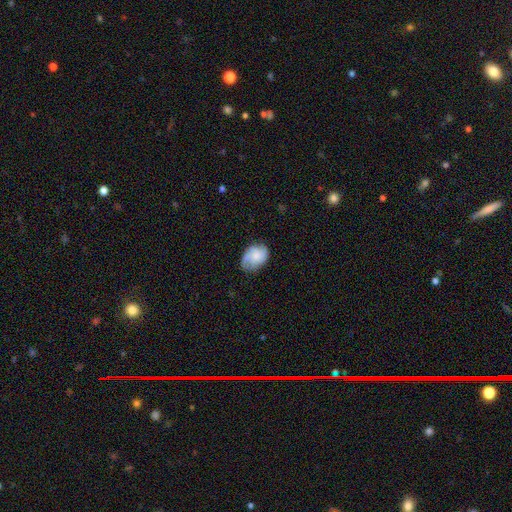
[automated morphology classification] smooth 47%, featured or disk 46%, star or artifact 8%. Down the decision tree: merging — none (64%).